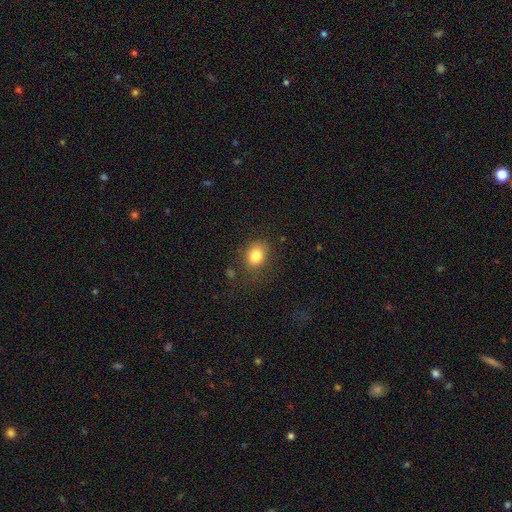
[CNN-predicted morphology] A smooth galaxy with no disk features (82%) that is in between round and cigar-shaped (54%).

Vote fractions:
- Smooth or featured? smooth: 82% / star or artifact: 10% / featured or disk: 8%
- How rounded? in between: 54% / round: 45% / cigar-shaped: 1%
- Merging? none: 75% / minor disturbance: 16% / major disturbance: 6% / merger: 2%